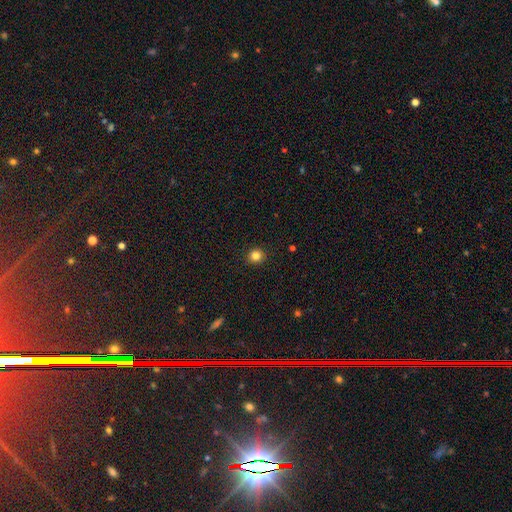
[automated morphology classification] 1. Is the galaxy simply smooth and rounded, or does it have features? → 83% smooth, 12% star or artifact, 5% featured or disk.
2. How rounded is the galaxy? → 91% round, 8% in between, 1% cigar-shaped.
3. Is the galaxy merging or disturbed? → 92% none, 5% minor disturbance, 2% major disturbance, 1% merger.